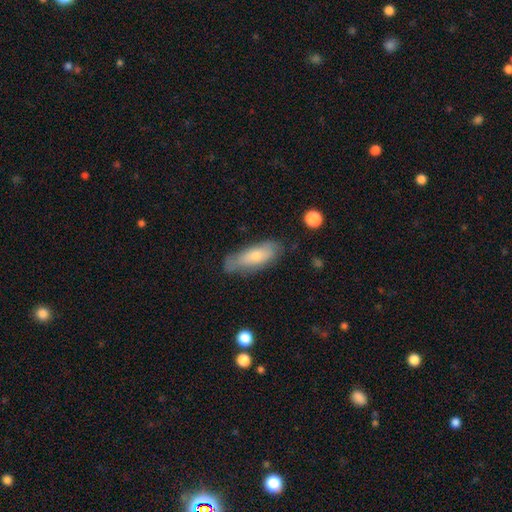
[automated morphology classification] smooth-or-featured: smooth: 61% | featured or disk: 32% | star or artifact: 7%
  how-rounded: in between: 65% | cigar-shaped: 32% | round: 2%
  merging: none: 70% | minor disturbance: 23% | major disturbance: 6% | merger: 2%